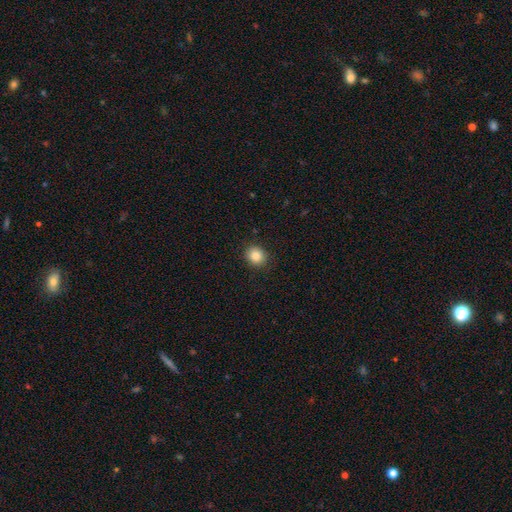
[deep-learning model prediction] Q: Smooth or featured?
A: smooth (85%); runner-up: star or artifact (10%)
Q: How rounded?
A: round (74%); runner-up: in between (25%)
Q: Merging?
A: none (89%); runner-up: minor disturbance (8%)